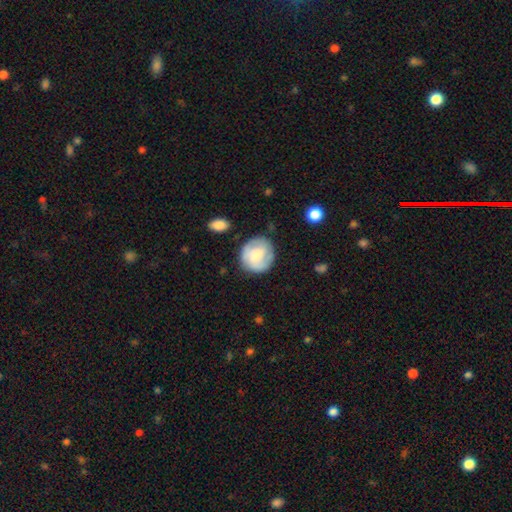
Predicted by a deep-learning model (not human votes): smooth_or_featured: featured or disk (p=0.48) [alt: smooth p=0.45]
merging: none (p=0.78) [alt: minor disturbance p=0.15]